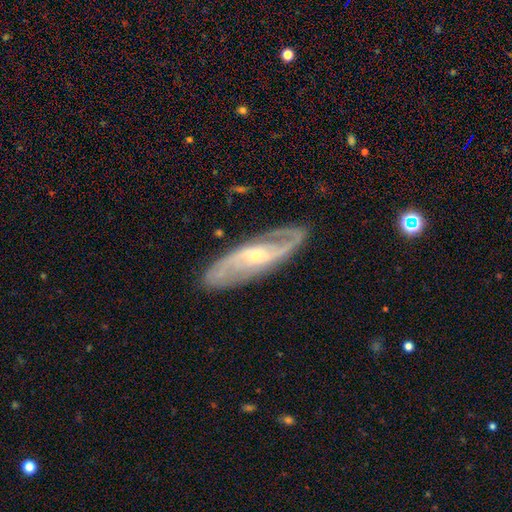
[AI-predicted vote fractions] This appears to be a featured or disk galaxy (86%) with no bar (43%), 2 (82%) medium (46%) spiral arms (95%) and a small central bulge (68%). Merging: none (82%).